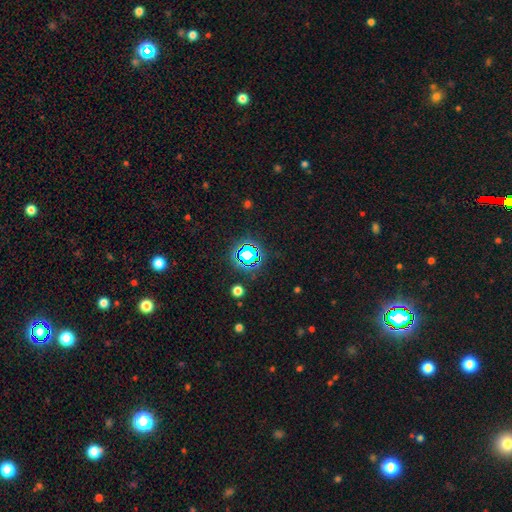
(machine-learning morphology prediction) Smooth or featured? Predicted: star or artifact (p=0.77).